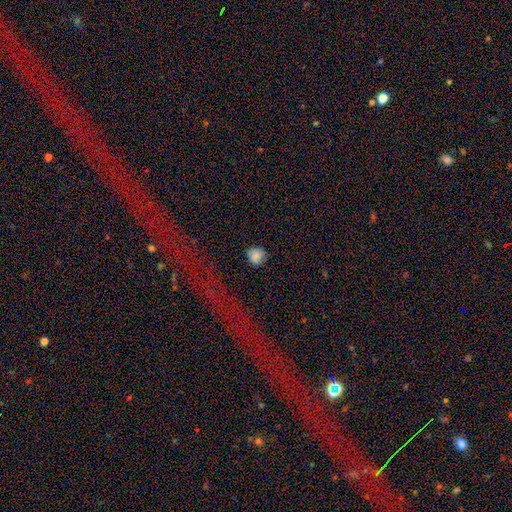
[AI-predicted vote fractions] Q: Smooth or featured?
A: smooth (83%); runner-up: star or artifact (10%)
Q: How rounded?
A: round (90%); runner-up: in between (9%)
Q: Merging?
A: none (80%); runner-up: minor disturbance (14%)